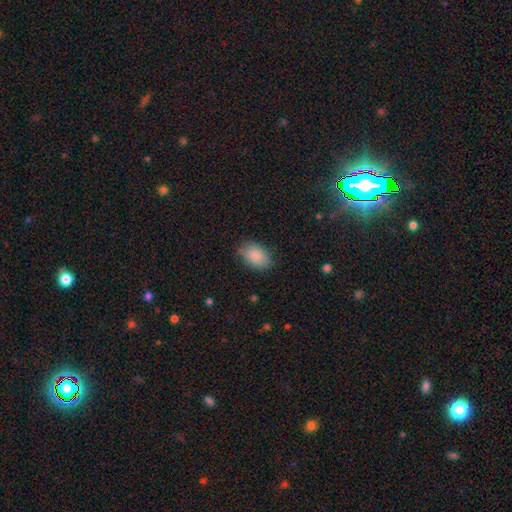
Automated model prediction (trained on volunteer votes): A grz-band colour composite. It shows a smooth galaxy with no disk features (87%) that is in between round and cigar-shaped (88%). Merging: none (82%).